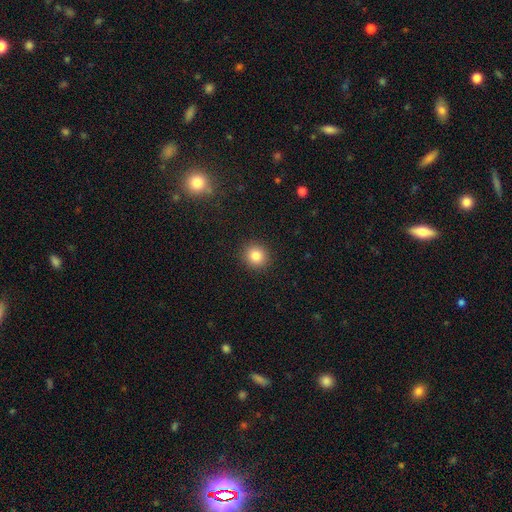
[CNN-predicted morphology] This appears to be a smooth galaxy with no disk features (83%) that is round (90%). Merging: none (91%).